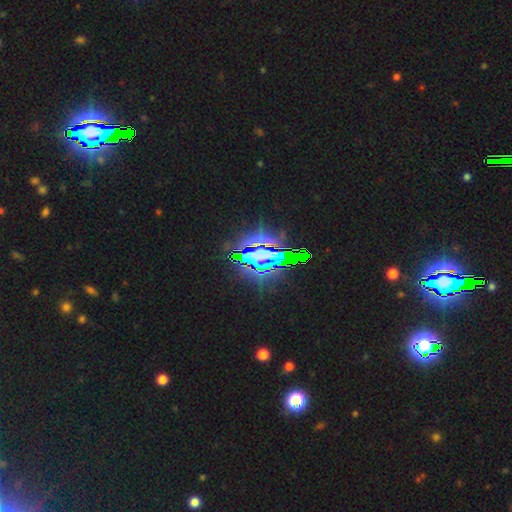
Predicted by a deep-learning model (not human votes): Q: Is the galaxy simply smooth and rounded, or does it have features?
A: star or artifact — 66%.